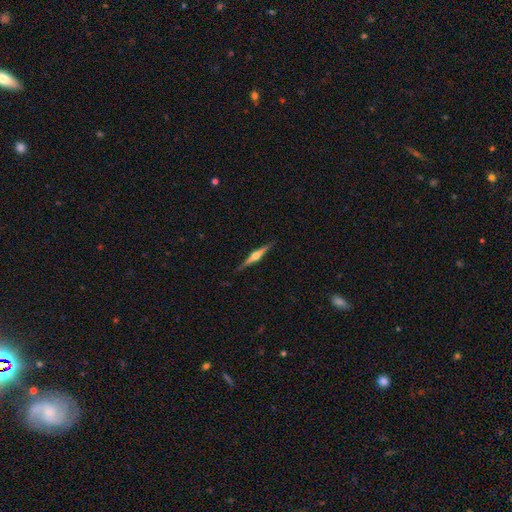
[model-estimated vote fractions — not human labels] Overall: featured or disk (75%). Edge-on disk: yes (98%). Edge-on bulge: rounded (91%). Merging: none (89%).